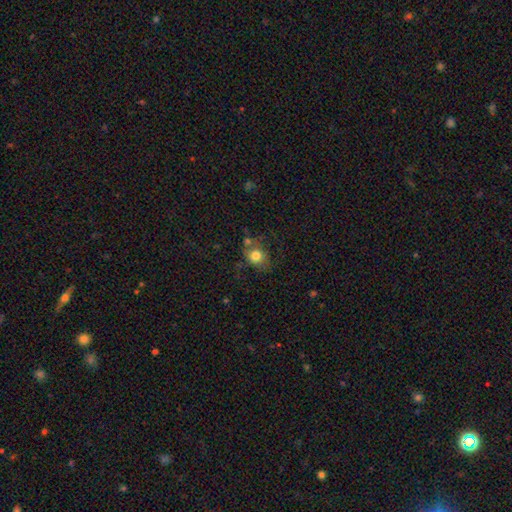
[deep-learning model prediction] A smooth galaxy with no disk features (79%) that is round (67%). Merging: none (58%).